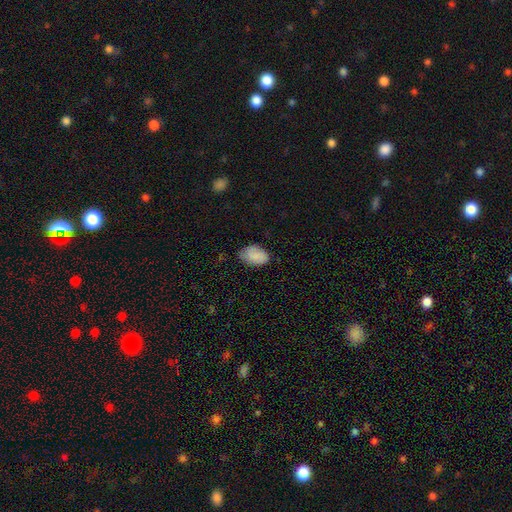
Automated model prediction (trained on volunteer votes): A smooth galaxy with no disk features (82%) that is in between round and cigar-shaped (88%). Merging: none (65%).